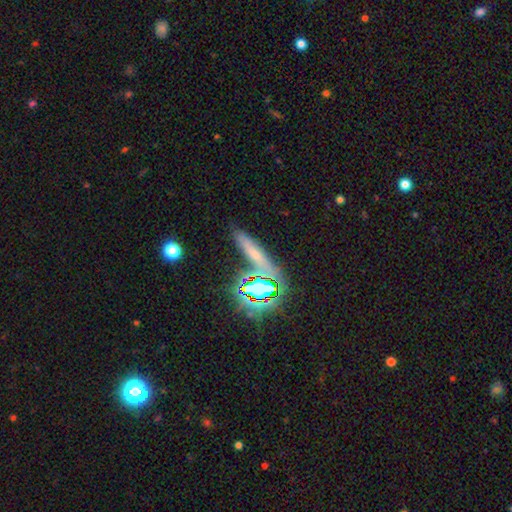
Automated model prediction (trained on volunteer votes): Q: Smooth or featured?
A: smooth (48%); runner-up: star or artifact (30%)
Q: Merging?
A: none (73%); runner-up: minor disturbance (13%)